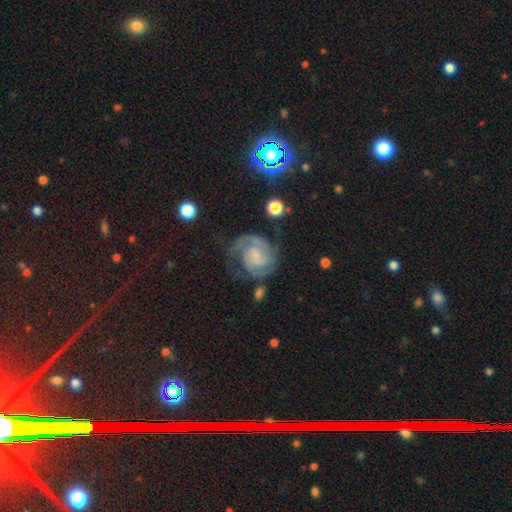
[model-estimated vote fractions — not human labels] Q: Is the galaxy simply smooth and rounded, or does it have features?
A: featured or disk — 82%.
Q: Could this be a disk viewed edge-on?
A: no — 98%.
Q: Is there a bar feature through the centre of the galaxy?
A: no — 58%.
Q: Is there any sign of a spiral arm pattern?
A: yes — 96%.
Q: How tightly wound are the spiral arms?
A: tight — 51%.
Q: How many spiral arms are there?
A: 2 — 70%.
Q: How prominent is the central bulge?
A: small — 41%.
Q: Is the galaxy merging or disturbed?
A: none — 63%.